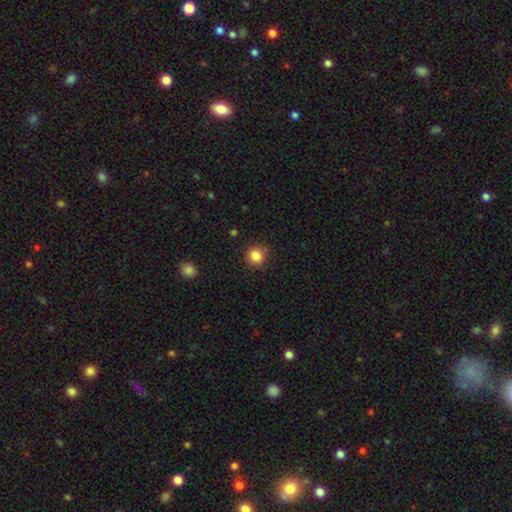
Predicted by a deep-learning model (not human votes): smooth 84%, star or artifact 11%, featured or disk 5%. Down the decision tree: how rounded — round (90%); merging — none (87%).